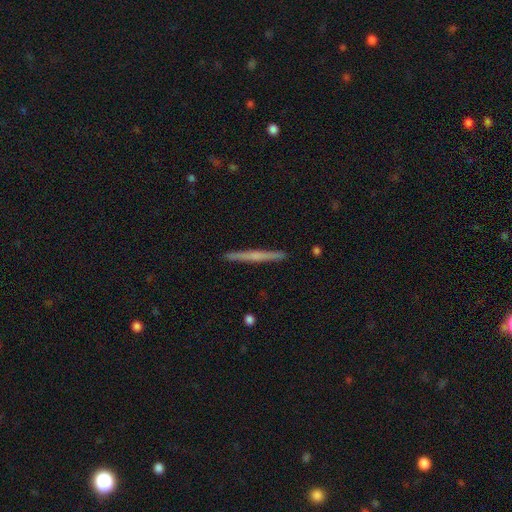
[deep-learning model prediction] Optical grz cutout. It shows a featured or disk galaxy (53%) viewed edge-on (98%) with no central bulge (60%). Merging: none (93%).